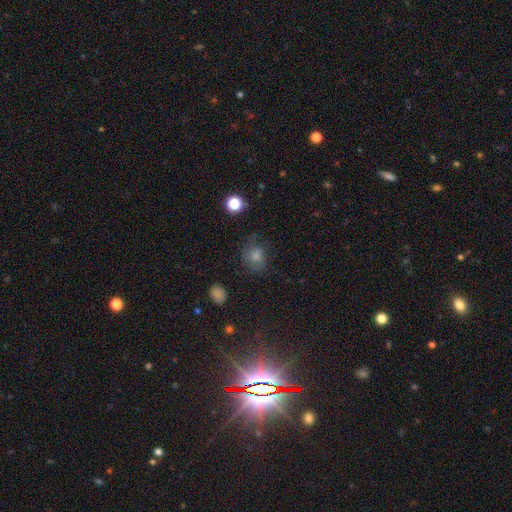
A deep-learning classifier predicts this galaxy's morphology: A smooth galaxy with no disk features (55%) that is round (69%).

Vote fractions:
- Smooth or featured? smooth: 55% / star or artifact: 27% / featured or disk: 18%
- How rounded? round: 69% / in between: 30% / cigar-shaped: 1%
- Merging? none: 69% / minor disturbance: 19% / major disturbance: 10% / merger: 2%